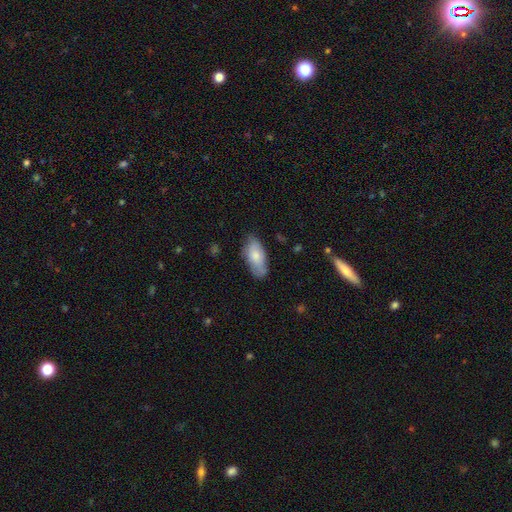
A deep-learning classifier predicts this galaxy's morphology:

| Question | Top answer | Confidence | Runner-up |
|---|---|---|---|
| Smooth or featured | smooth | 76% | featured or disk (19%) |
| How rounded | in between | 90% | cigar-shaped (8%) |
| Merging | none | 71% | minor disturbance (23%) |